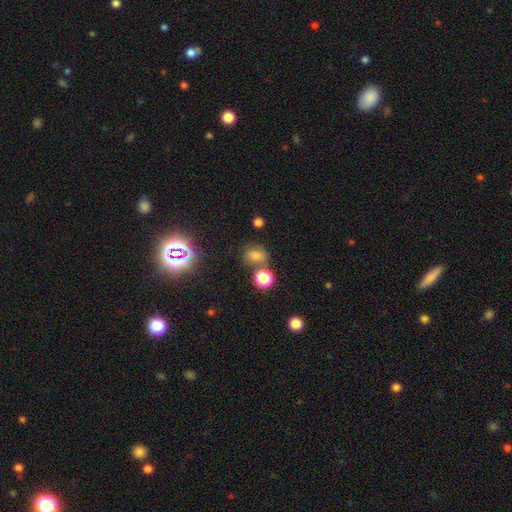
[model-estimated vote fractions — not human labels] Smooth or featured?
  - smooth: 63% *
  - star or artifact: 26%
  - featured or disk: 11%
How rounded?
  - round: 54% *
  - in between: 44%
  - cigar-shaped: 2%
Merging?
  - none: 66% *
  - merger: 15%
  - minor disturbance: 14%
  - major disturbance: 5%